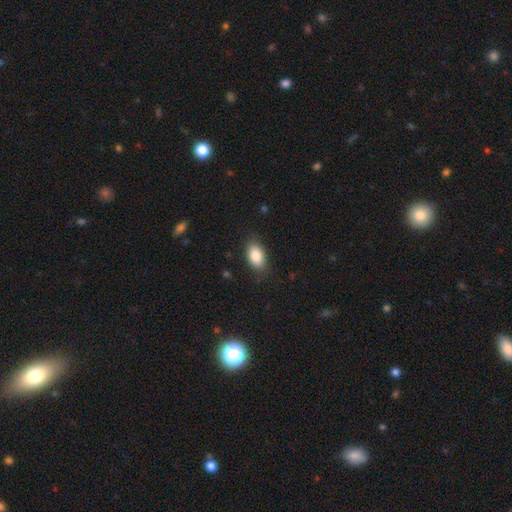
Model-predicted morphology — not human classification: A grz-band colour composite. It shows a smooth galaxy with no disk features (85%) that is in between round and cigar-shaped (90%). Merging: none (83%).